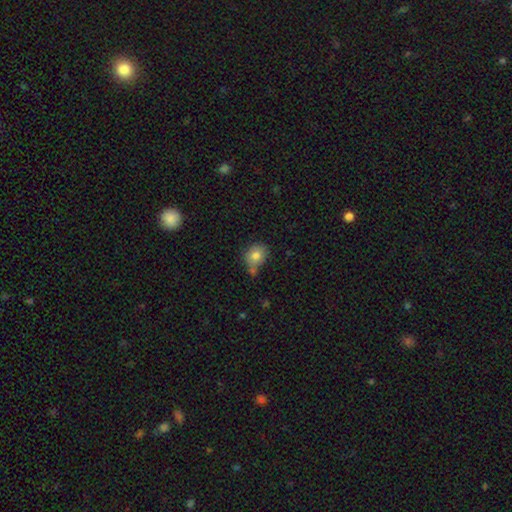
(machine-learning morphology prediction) Overall: smooth (79%). How rounded: round (64%; in between 35%). Merging: none (55%; minor disturbance 22%).